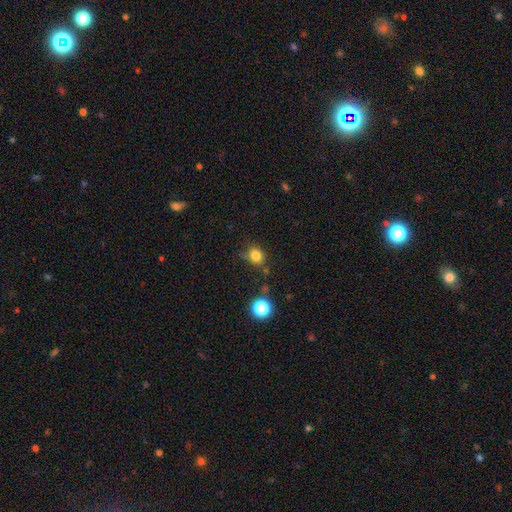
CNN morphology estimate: Smooth or featured? Predicted: smooth (p=0.81). How rounded? Predicted: round (p=0.71). Merging? Predicted: none (p=0.69).